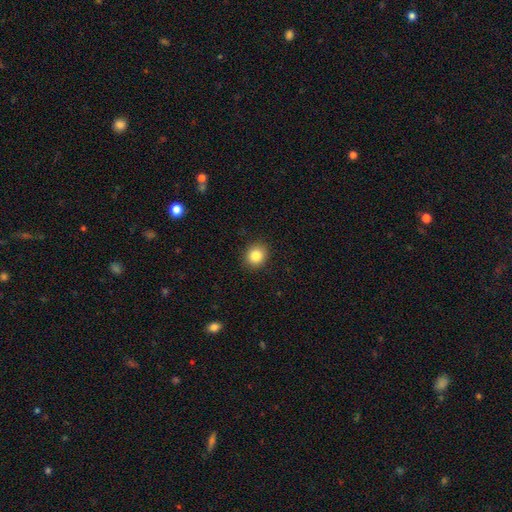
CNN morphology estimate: The model was most divided on "how rounded": round: 74%, in between: 25%, cigar-shaped: 1%. More confident: merging — none (91%); smooth or featured — smooth (84%).